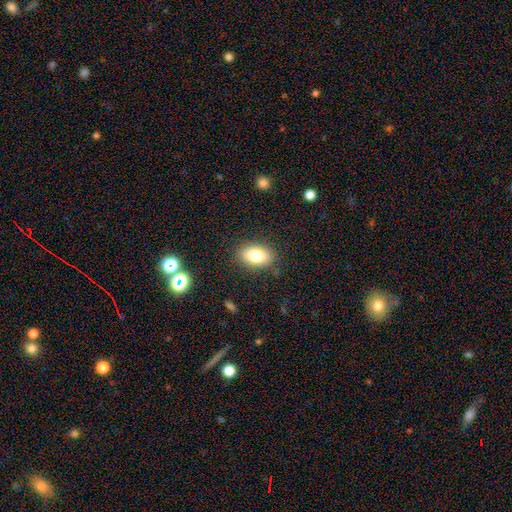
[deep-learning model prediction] smooth_or_featured: smooth (p=0.79) [alt: featured or disk p=0.12]
how_rounded: in between (p=0.87) [alt: round p=0.12]
merging: none (p=0.86) [alt: minor disturbance p=0.10]